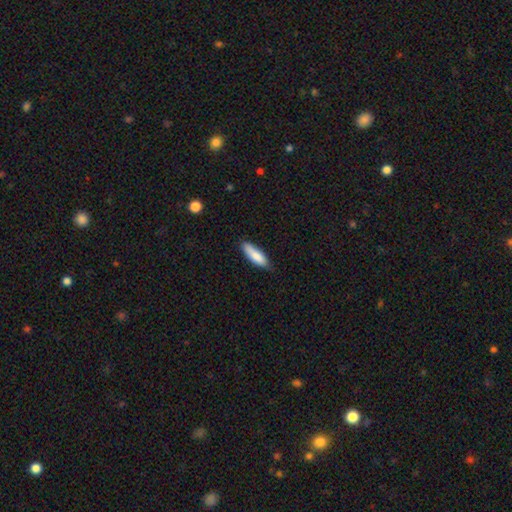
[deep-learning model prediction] Smooth or featured: smooth — 85% (featured or disk — 10%)
How rounded: cigar-shaped — 56% (in between — 42%)
Merging: none — 75% (minor disturbance — 21%)